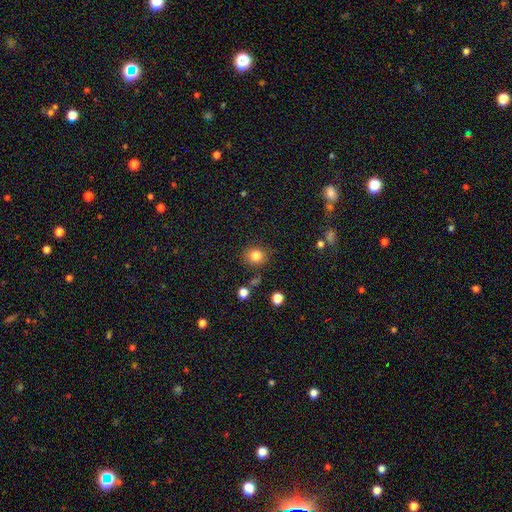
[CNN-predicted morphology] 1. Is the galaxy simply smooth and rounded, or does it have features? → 82% smooth, 11% star or artifact, 6% featured or disk.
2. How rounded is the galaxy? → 78% round, 21% in between, 1% cigar-shaped.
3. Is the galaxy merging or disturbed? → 81% none, 12% minor disturbance, 4% merger, 3% major disturbance.